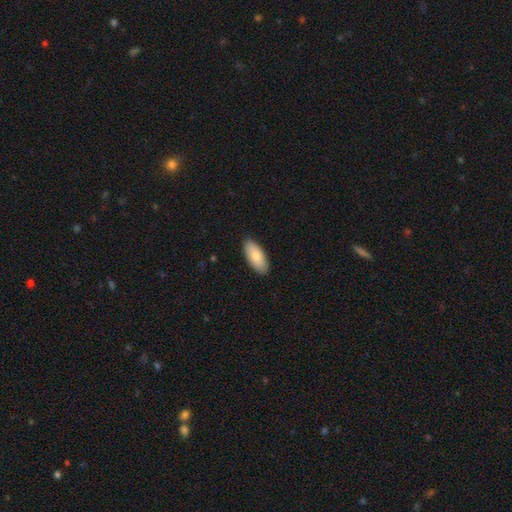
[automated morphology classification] Smooth or featured? smooth (83%)
How rounded? in between (88%)
Merging? none (89%)